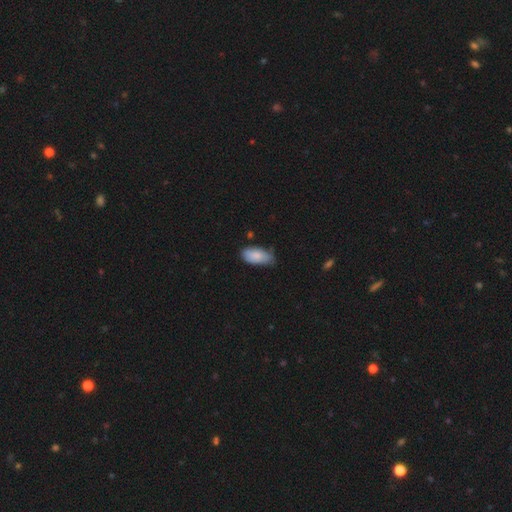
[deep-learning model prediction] Smooth or featured: smooth — 84% (featured or disk — 10%)
How rounded: in between — 91% (cigar-shaped — 7%)
Merging: none — 53% (minor disturbance — 39%)